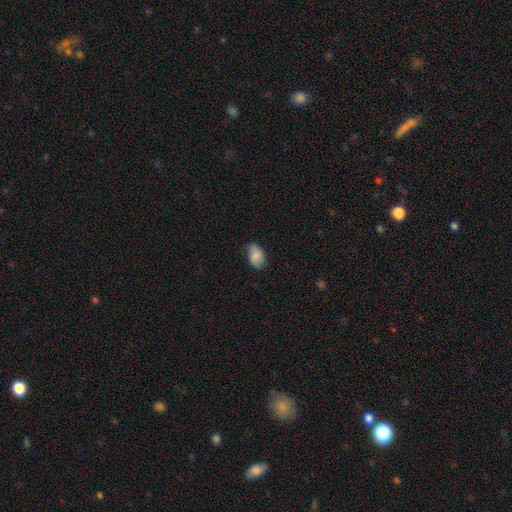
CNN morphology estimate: smooth 79%, featured or disk 13%, star or artifact 7%. Down the decision tree: how rounded — in between (90%); merging — none (69%).